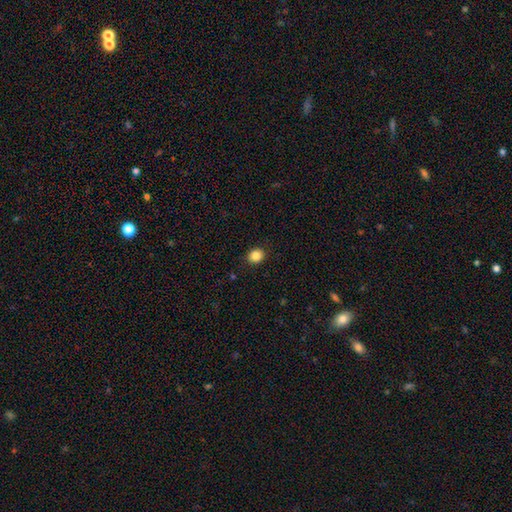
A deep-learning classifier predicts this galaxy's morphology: smooth_or_featured: smooth (p=0.86) [alt: star or artifact p=0.10]
how_rounded: round (p=0.68) [alt: in between p=0.31]
merging: none (p=0.90) [alt: minor disturbance p=0.07]